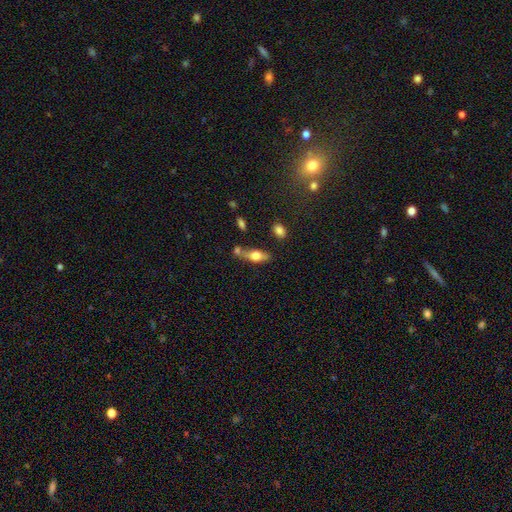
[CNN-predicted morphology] This appears to be a smooth galaxy with no disk features (61%) that is in between round and cigar-shaped (67%). Merging: none (57%).